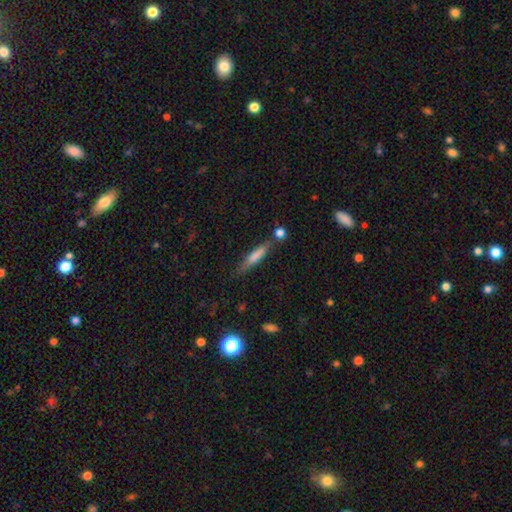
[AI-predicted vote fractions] smooth-or-featured: smooth: 67% | featured or disk: 25% | star or artifact: 7%
  how-rounded: cigar-shaped: 85% | in between: 13% | round: 2%
  merging: none: 67% | minor disturbance: 17% | merger: 11% | major disturbance: 5%